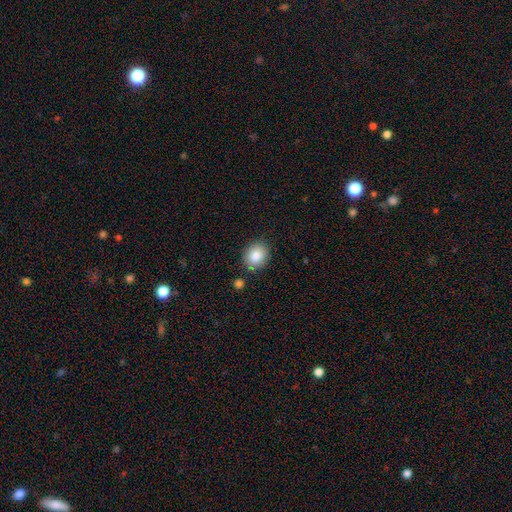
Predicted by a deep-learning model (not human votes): Smooth or featured? Predicted: smooth (p=0.85). How rounded? Predicted: round (p=0.61). Merging? Predicted: none (p=0.80).